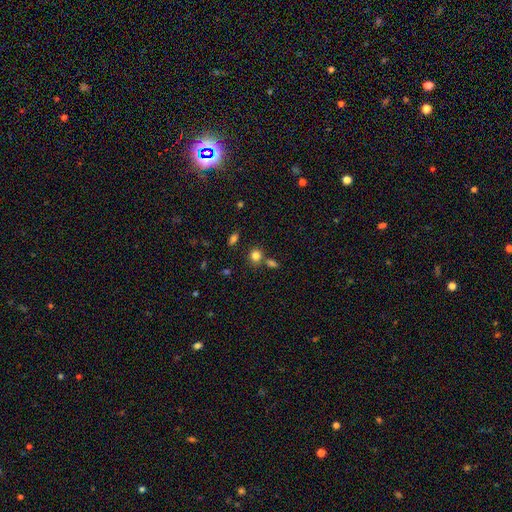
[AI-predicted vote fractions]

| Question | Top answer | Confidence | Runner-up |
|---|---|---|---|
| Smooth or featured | smooth | 81% | star or artifact (12%) |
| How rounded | round | 76% | in between (23%) |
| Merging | none | 68% | merger (19%) |